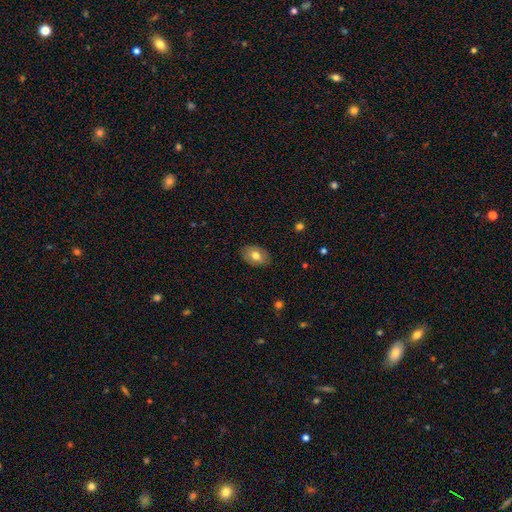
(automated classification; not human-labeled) A smooth galaxy with no disk features (74%) that is in between round and cigar-shaped (84%).

Vote fractions:
- Smooth or featured? smooth: 74% / featured or disk: 19% / star or artifact: 7%
- How rounded? in between: 84% / round: 15% / cigar-shaped: 1%
- Merging? none: 87% / minor disturbance: 10% / major disturbance: 2% / merger: 1%